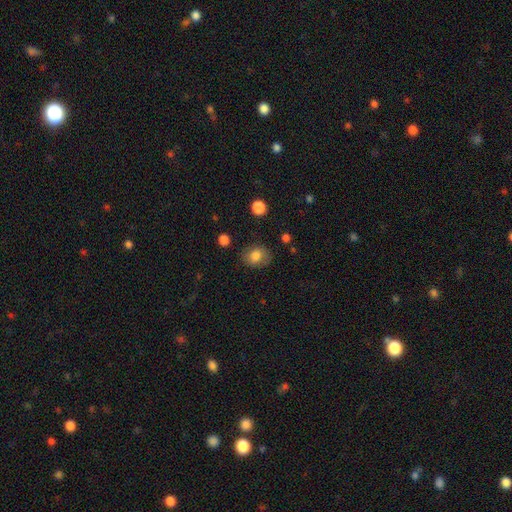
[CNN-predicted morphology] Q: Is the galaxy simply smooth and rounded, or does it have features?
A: smooth — 80%.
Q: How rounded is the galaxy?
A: round — 50%.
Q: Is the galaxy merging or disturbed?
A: none — 75%.